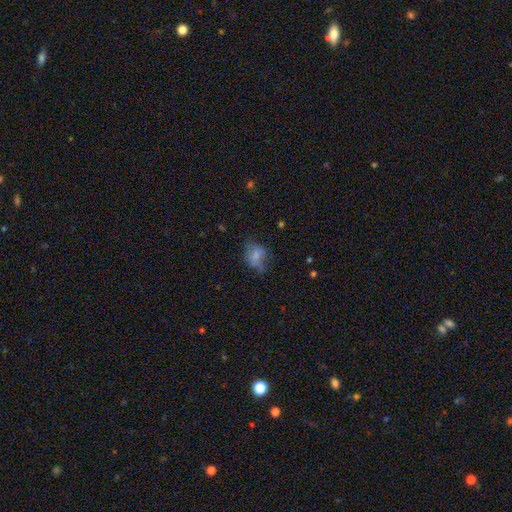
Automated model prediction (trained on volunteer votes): Smooth or featured: smooth — 62% (featured or disk — 26%)
How rounded: in between — 64% (round — 35%)
Merging: none — 42% (minor disturbance — 32%)